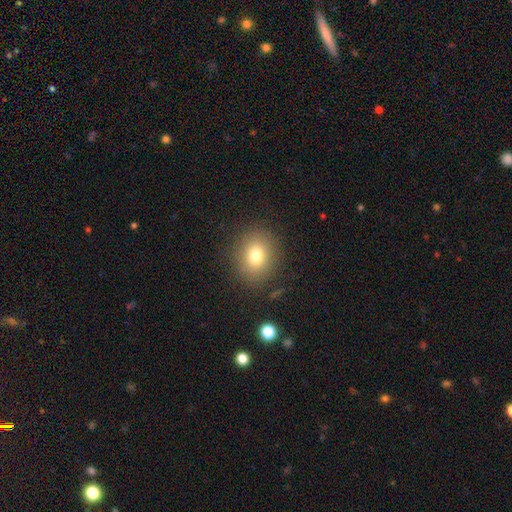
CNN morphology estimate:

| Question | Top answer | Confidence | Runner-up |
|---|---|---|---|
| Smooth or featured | smooth | 77% | star or artifact (12%) |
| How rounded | round | 68% | in between (31%) |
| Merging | none | 86% | minor disturbance (9%) |